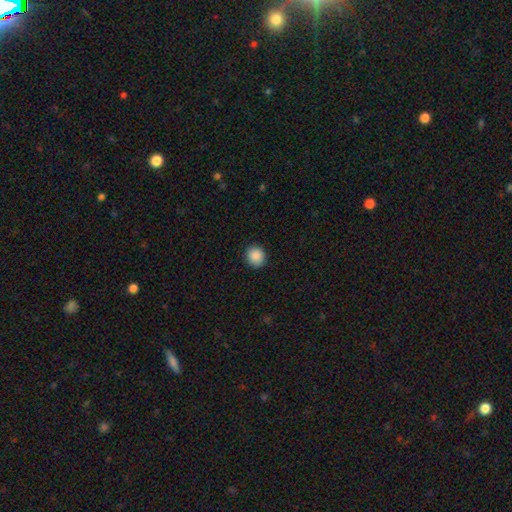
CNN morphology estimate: A smooth galaxy with no disk features (89%) that is round (84%). Merging: none (90%).